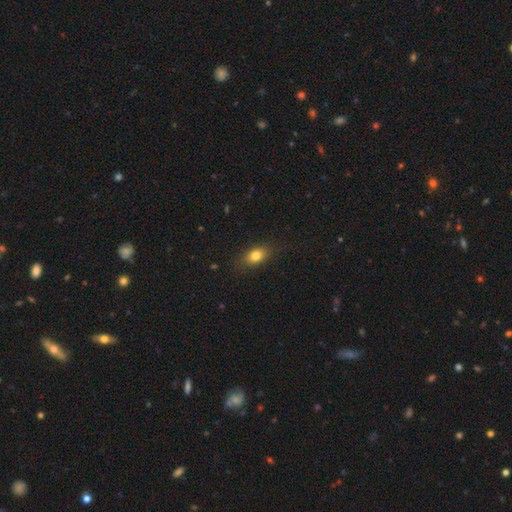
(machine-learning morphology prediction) Q: Smooth or featured?
A: smooth (80%); runner-up: featured or disk (10%)
Q: How rounded?
A: in between (77%); runner-up: round (18%)
Q: Merging?
A: none (82%); runner-up: minor disturbance (13%)